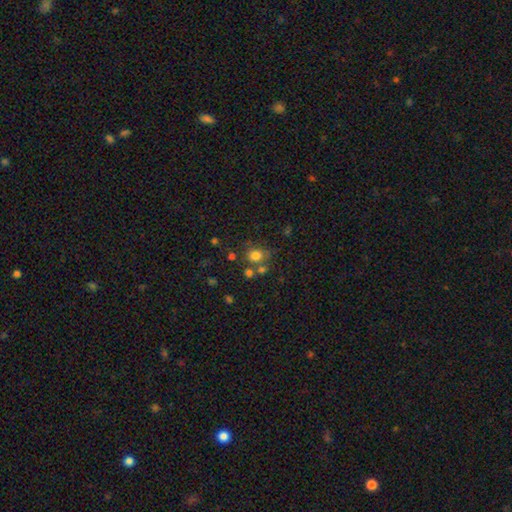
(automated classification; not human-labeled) This is likely a smooth galaxy (76%). How rounded: likely round (71%). Merging: likely none (60%).